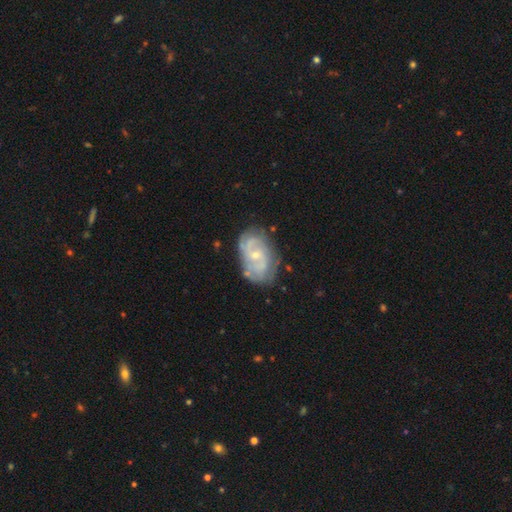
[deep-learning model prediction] Overall: featured or disk (78%). Edge-on disk: no (97%). Bar: no (59%; weak 36%). Spiral arms: yes (89%). Spiral arm count: 2 (41%; can't tell 33%). Spiral winding: tight (49%; medium 39%). Bulge size: small (66%; moderate 29%). Merging: none (69%).